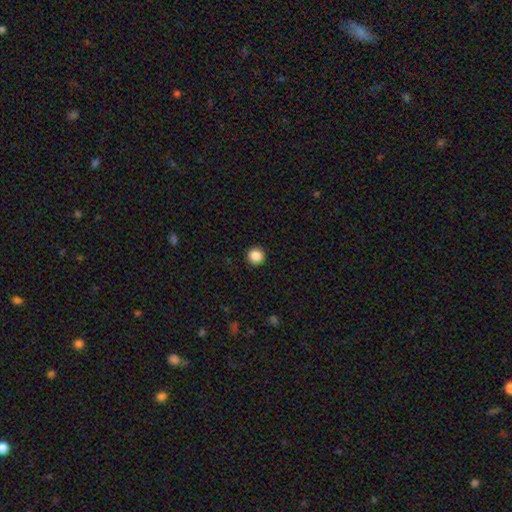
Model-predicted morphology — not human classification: smooth-or-featured: smooth: 88% | star or artifact: 9% | featured or disk: 3%
  how-rounded: round: 95% | in between: 4% | cigar-shaped: 1%
  merging: none: 93% | minor disturbance: 5% | major disturbance: 2% | merger: 1%